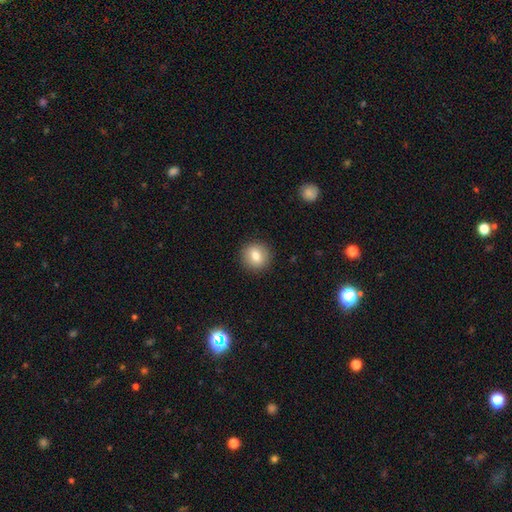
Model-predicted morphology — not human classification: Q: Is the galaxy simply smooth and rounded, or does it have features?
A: smooth — 79%.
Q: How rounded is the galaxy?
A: round — 89%.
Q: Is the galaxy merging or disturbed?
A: none — 91%.